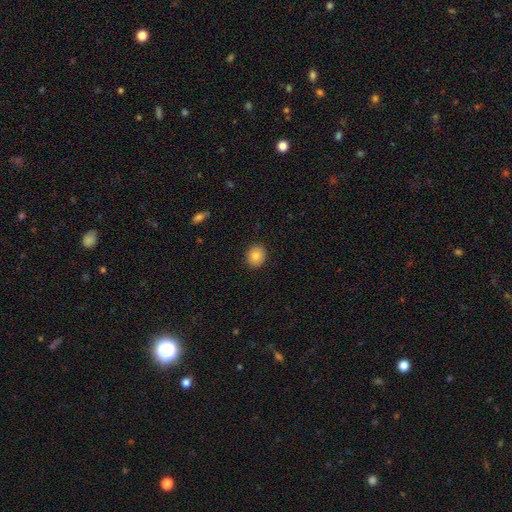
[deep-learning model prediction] Smooth or featured?
  - smooth: 82% *
  - featured or disk: 9%
  - star or artifact: 9%
How rounded?
  - round: 74% *
  - in between: 25%
  - cigar-shaped: 1%
Merging?
  - none: 90% *
  - minor disturbance: 8%
  - major disturbance: 2%
  - merger: 1%